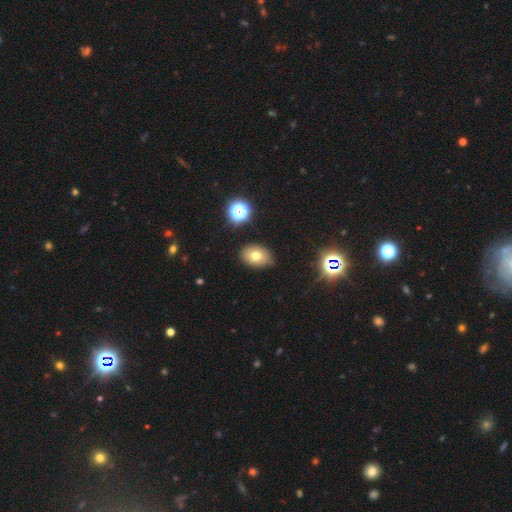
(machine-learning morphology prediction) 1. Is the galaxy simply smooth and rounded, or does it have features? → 72% smooth, 14% featured or disk, 14% star or artifact.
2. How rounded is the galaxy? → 71% in between, 28% round, 1% cigar-shaped.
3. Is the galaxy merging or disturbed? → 77% none, 17% minor disturbance, 3% major disturbance, 2% merger.